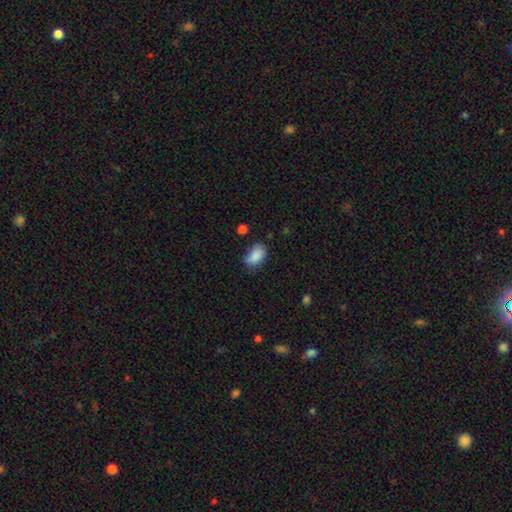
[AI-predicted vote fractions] A smooth galaxy with no disk features (87%) that is in between round and cigar-shaped (88%).

Vote fractions:
- Smooth or featured? smooth: 87% / star or artifact: 8% / featured or disk: 5%
- How rounded? in between: 88% / round: 10% / cigar-shaped: 2%
- Merging? none: 63% / minor disturbance: 28% / major disturbance: 6% / merger: 3%